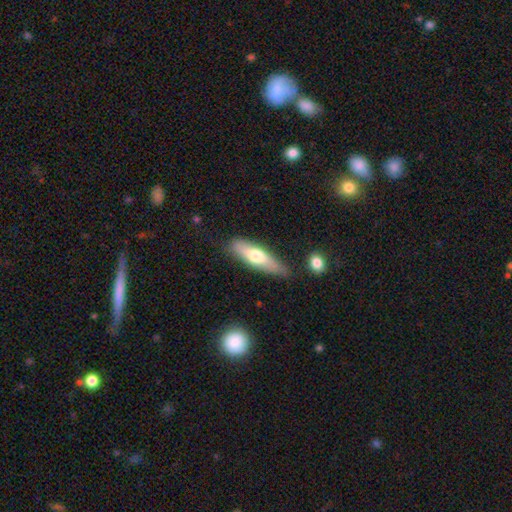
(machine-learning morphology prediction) A smooth galaxy with no disk features (59%) that is cigar-shaped (59%).

Vote fractions:
- Smooth or featured? smooth: 59% / featured or disk: 35% / star or artifact: 6%
- How rounded? cigar-shaped: 59% / in between: 38% / round: 2%
- Merging? none: 75% / minor disturbance: 18% / major disturbance: 4% / merger: 3%